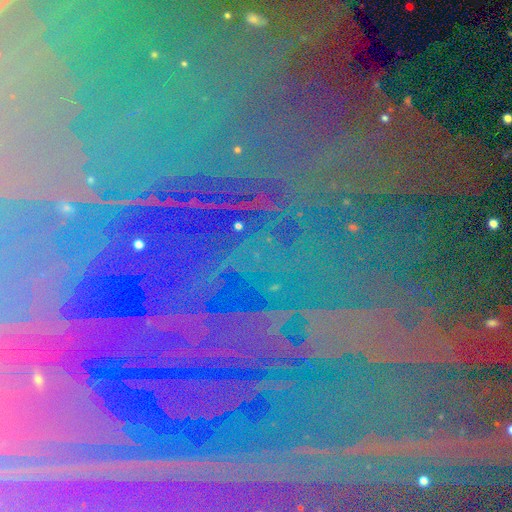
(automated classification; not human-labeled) Overall: star or artifact (87%).